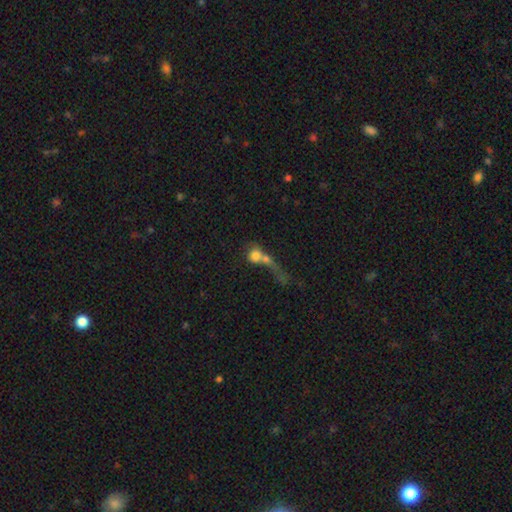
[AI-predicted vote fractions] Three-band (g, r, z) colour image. It shows a smooth galaxy with no disk features (68%) that is round (69%). Merging: merger (57%).